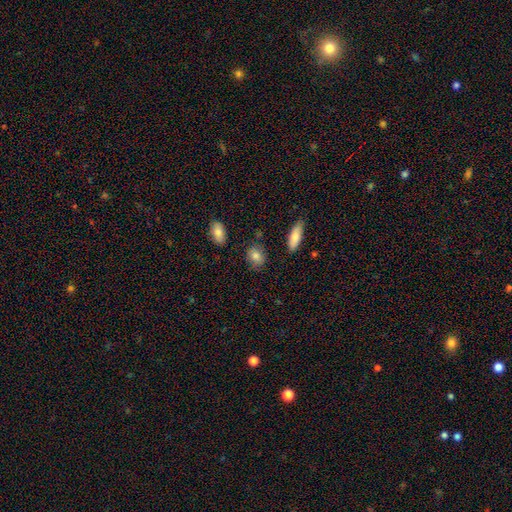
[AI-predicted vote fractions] Morphology: type=smooth (82%); roundness=round (51%); merging=none (80%).